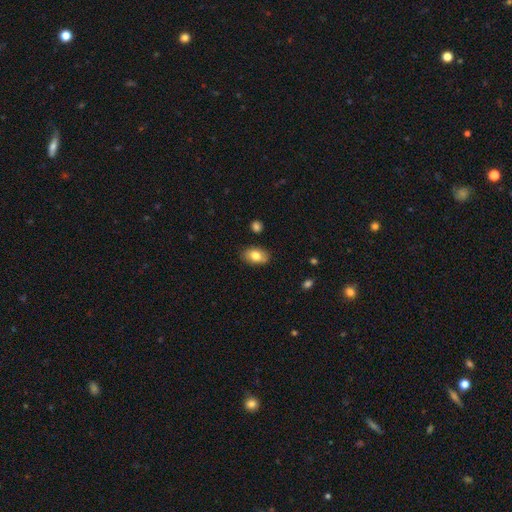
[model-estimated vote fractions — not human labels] The model was most divided on "smooth or featured": smooth: 80%, featured or disk: 13%, star or artifact: 7%. More confident: how rounded — in between (89%); merging — none (85%).